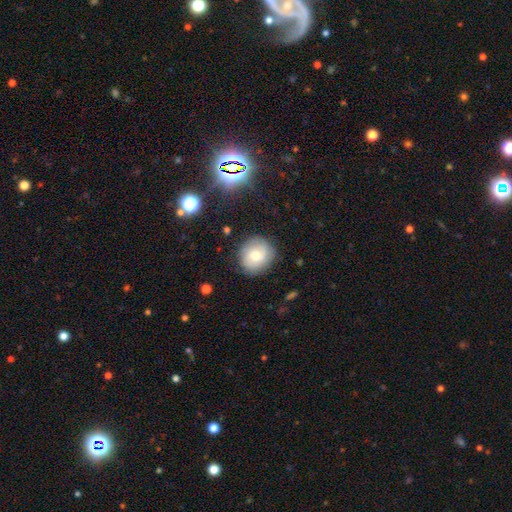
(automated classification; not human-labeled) Smooth or featured?
  - smooth: 65% *
  - featured or disk: 25%
  - star or artifact: 10%
How rounded?
  - round: 82% *
  - in between: 17%
  - cigar-shaped: 1%
Merging?
  - none: 83% *
  - minor disturbance: 12%
  - major disturbance: 3%
  - merger: 1%